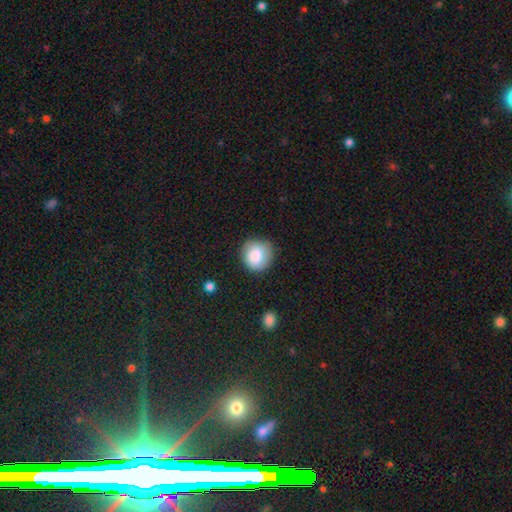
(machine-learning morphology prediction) Overall: smooth (82%). How rounded: round (86%). Merging: none (75%).